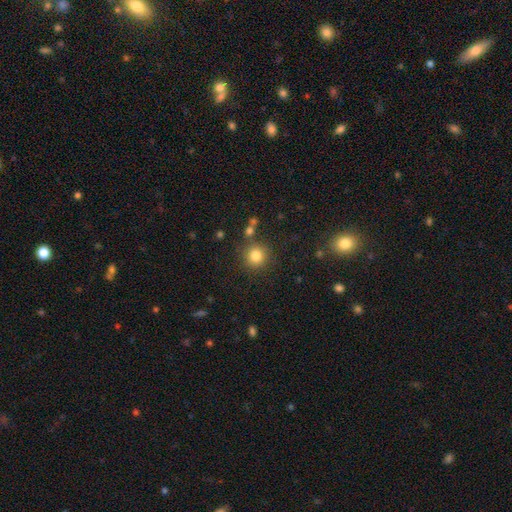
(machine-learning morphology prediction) Overall: smooth (82%). How rounded: round (92%). Merging: none (83%).